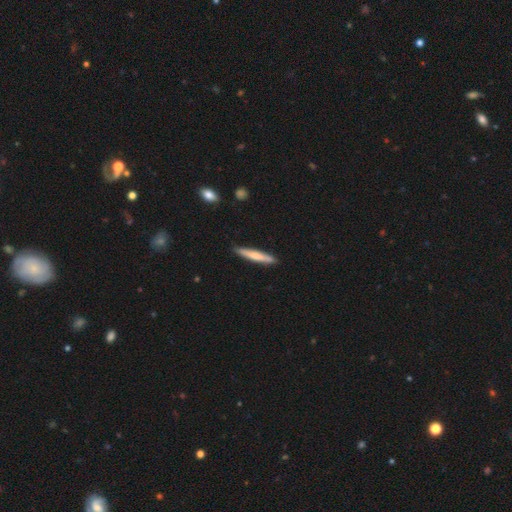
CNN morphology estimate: type=smooth (64%); roundness=cigar-shaped (94%); merging=none (87%).